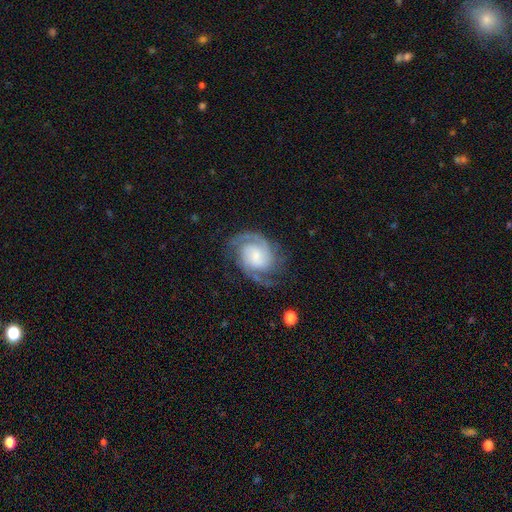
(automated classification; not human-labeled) This is clearly a featured or disk galaxy (89%). It is clearly not viewed edge-on (98%). Bar: possibly no (60%). Spiral arm pattern: clearly yes (98%). Spiral arm count: likely 2 (76%). Spiral winding: possibly tight (49%). Central bulge: possibly small (48%). Merging: likely none (75%).